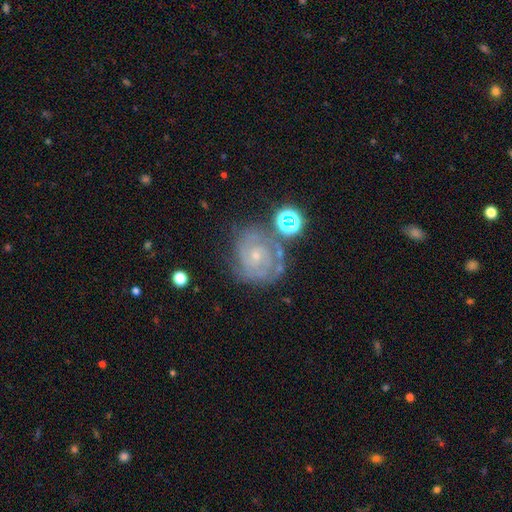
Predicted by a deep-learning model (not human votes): This appears to be a featured or disk galaxy (80%) with no bar (72%), 2 (35%) tight (72%) spiral arms (96%) and a small central bulge (74%). Merging: none (69%).